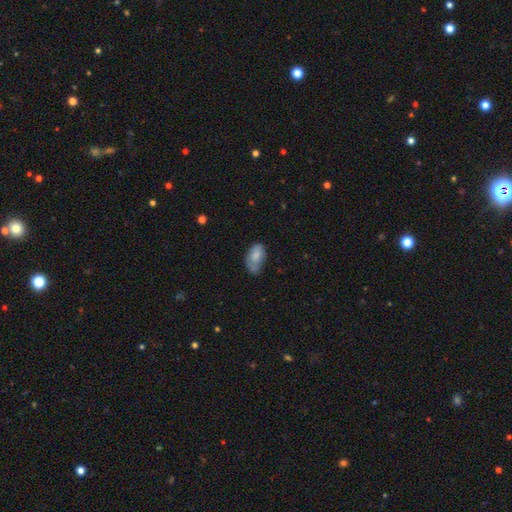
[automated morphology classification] smooth-or-featured: smooth: 76% | featured or disk: 16% | star or artifact: 7%
  how-rounded: in between: 93% | round: 5% | cigar-shaped: 2%
  merging: none: 44% | minor disturbance: 36% | major disturbance: 13% | merger: 7%